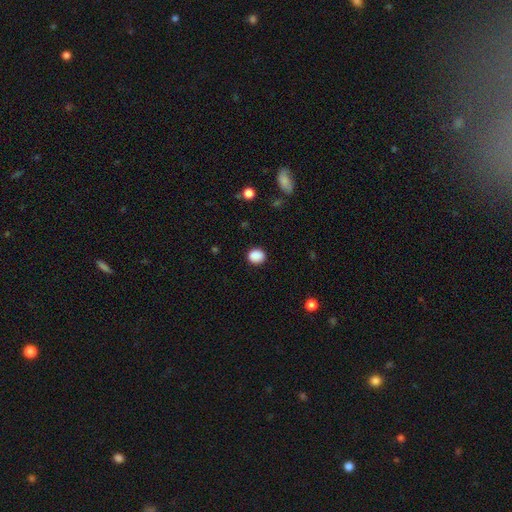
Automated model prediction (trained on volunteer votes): smooth_or_featured: smooth (p=0.89) [alt: star or artifact p=0.09]
how_rounded: round (p=0.68) [alt: in between p=0.31]
merging: none (p=0.87) [alt: minor disturbance p=0.09]